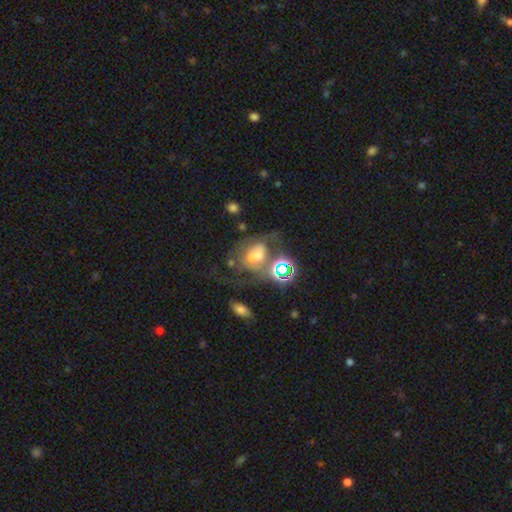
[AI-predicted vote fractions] Smooth or featured? featured or disk (45%)
Merging? major disturbance (33%)